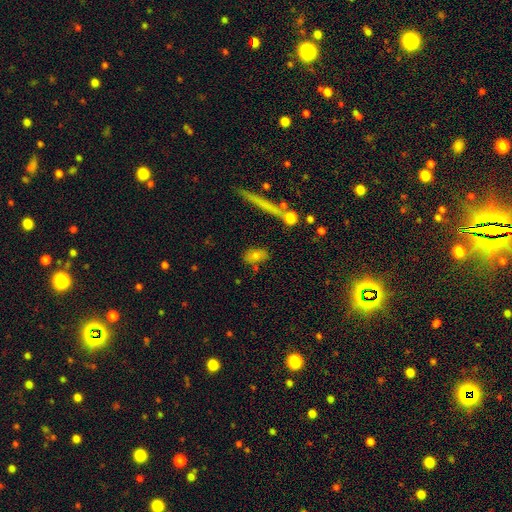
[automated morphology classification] A smooth galaxy with no disk features (72%) that is in between round and cigar-shaped (77%).

Vote fractions:
- Smooth or featured? smooth: 72% / featured or disk: 17% / star or artifact: 10%
- How rounded? in between: 77% / round: 13% / cigar-shaped: 10%
- Merging? none: 69% / minor disturbance: 16% / merger: 10% / major disturbance: 5%